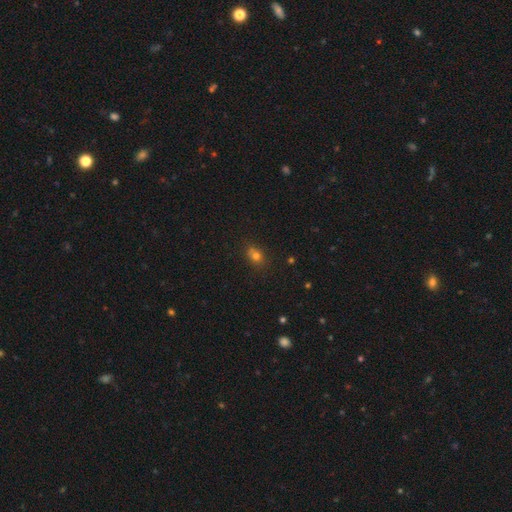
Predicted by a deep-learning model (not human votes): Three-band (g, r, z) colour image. It shows a smooth galaxy with no disk features (73%) that is round (54%). Merging: none (62%).